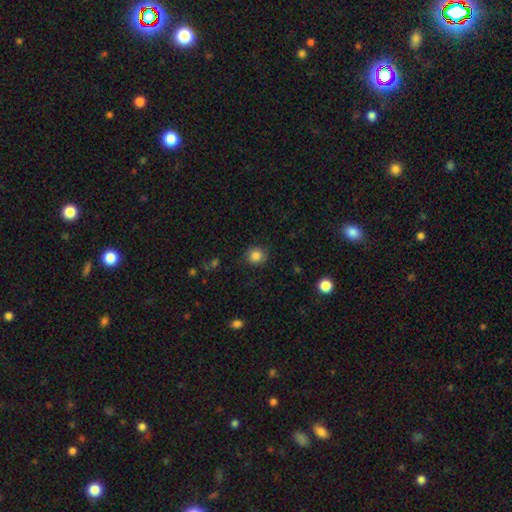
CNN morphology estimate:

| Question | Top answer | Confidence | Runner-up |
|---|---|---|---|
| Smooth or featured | smooth | 84% | star or artifact (11%) |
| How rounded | round | 86% | in between (13%) |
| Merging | none | 86% | minor disturbance (10%) |